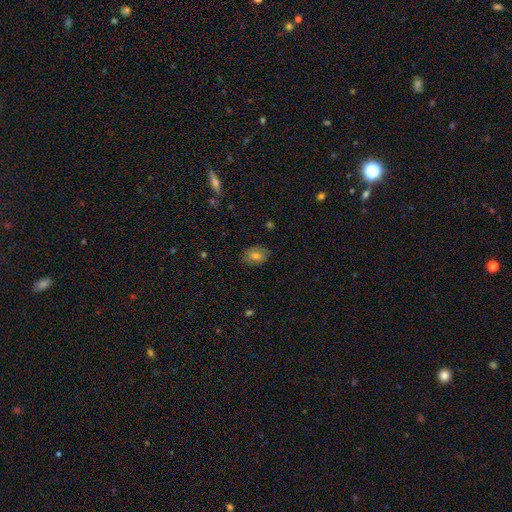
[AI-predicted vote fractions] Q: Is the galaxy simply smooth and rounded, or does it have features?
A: smooth — 69%.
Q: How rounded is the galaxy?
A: in between — 67%.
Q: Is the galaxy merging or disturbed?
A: none — 83%.